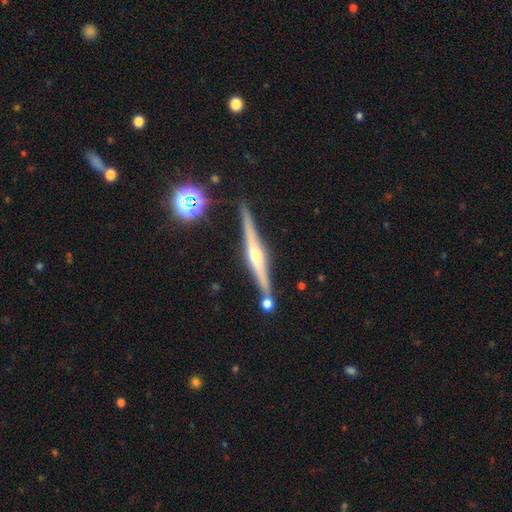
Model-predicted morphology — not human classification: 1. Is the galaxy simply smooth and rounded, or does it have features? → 76% featured or disk, 16% smooth, 8% star or artifact.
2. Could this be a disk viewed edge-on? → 98% yes, 2% no.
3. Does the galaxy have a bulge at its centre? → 88% rounded, 6% boxy, 6% none.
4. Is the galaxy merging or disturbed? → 83% none, 9% minor disturbance, 6% merger, 2% major disturbance.